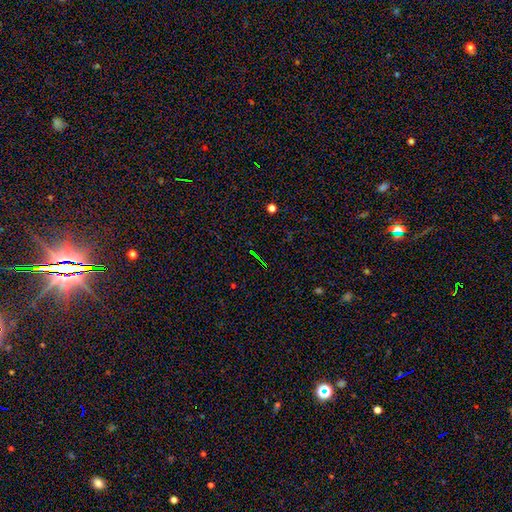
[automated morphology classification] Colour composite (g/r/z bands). It shows a star or artifact, not a galaxy (69%).